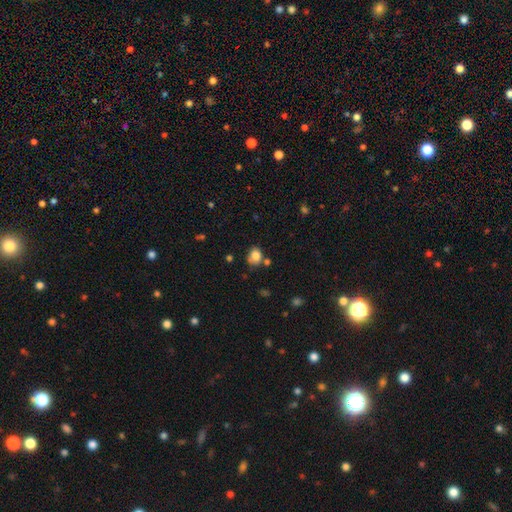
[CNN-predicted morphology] smooth_or_featured: smooth (p=0.81) [alt: star or artifact p=0.11]
how_rounded: round (p=0.50) [alt: in between p=0.49]
merging: none (p=0.60) [alt: minor disturbance p=0.22]